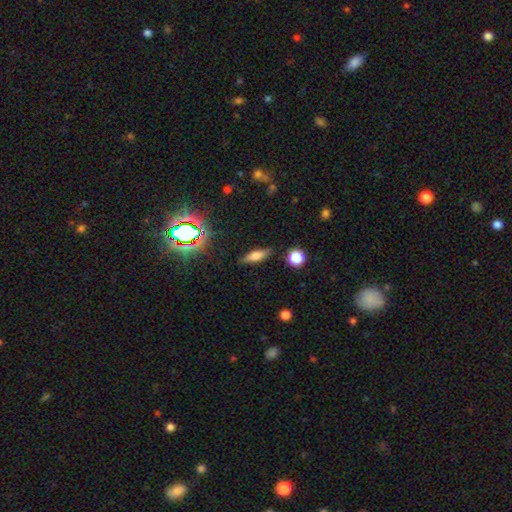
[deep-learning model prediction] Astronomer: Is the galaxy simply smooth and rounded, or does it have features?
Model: smooth — 63%.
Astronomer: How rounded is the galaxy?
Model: in between — 48% (runner-up: cigar-shaped, 47%).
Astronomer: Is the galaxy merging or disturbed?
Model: none — 83%.